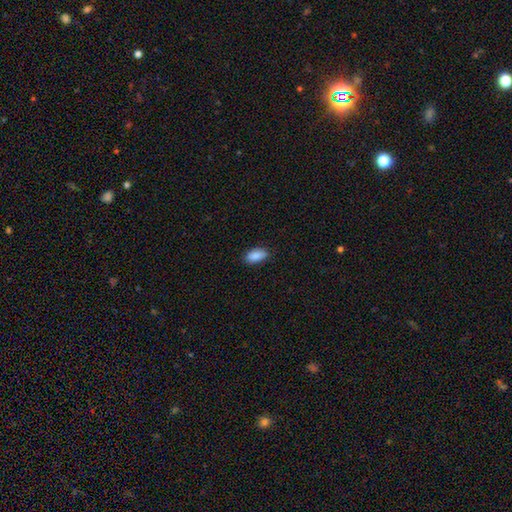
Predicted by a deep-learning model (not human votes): Smooth or featured?
  - smooth: 89% *
  - star or artifact: 7%
  - featured or disk: 5%
How rounded?
  - in between: 91% *
  - cigar-shaped: 6%
  - round: 3%
Merging?
  - none: 85% *
  - minor disturbance: 12%
  - major disturbance: 2%
  - merger: 1%